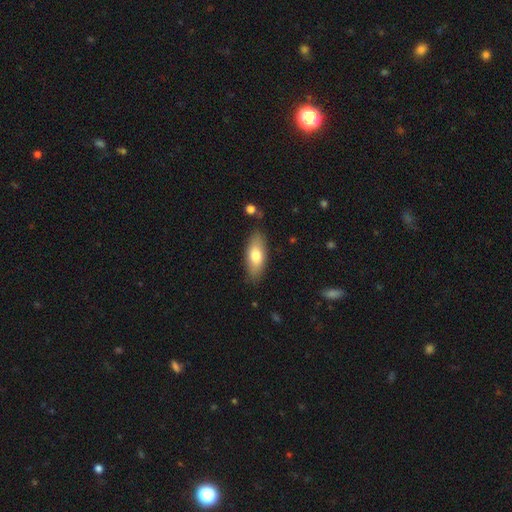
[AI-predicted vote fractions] Smooth or featured? smooth (73%)
How rounded? in between (77%)
Merging? none (82%)